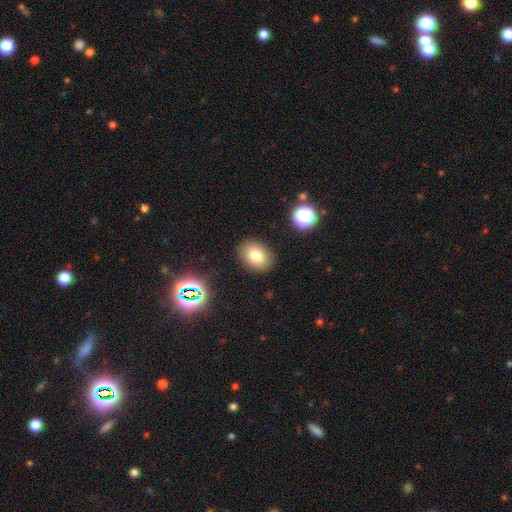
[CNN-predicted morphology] This is likely a smooth galaxy (78%). How rounded: likely in between (71%). Merging: clearly none (87%).